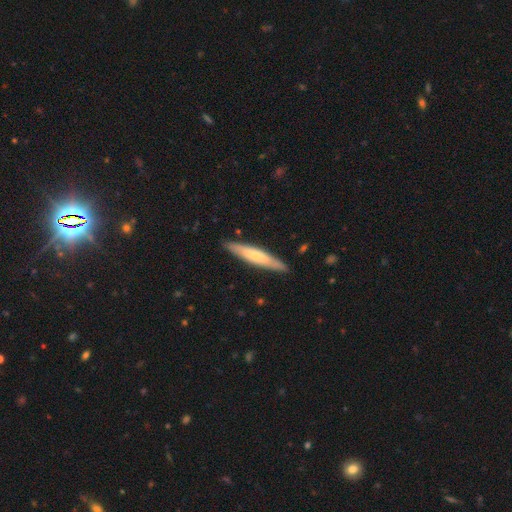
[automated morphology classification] The model was most divided on "smooth or featured": smooth: 58%, featured or disk: 37%, star or artifact: 5%. More confident: how rounded — cigar-shaped (90%); merging — none (88%).